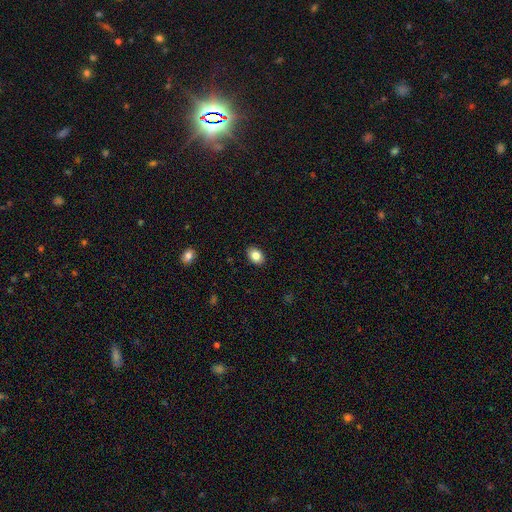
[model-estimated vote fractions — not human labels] Q: Smooth or featured?
A: smooth (84%); runner-up: star or artifact (9%)
Q: How rounded?
A: in between (72%); runner-up: round (27%)
Q: Merging?
A: none (89%); runner-up: minor disturbance (8%)